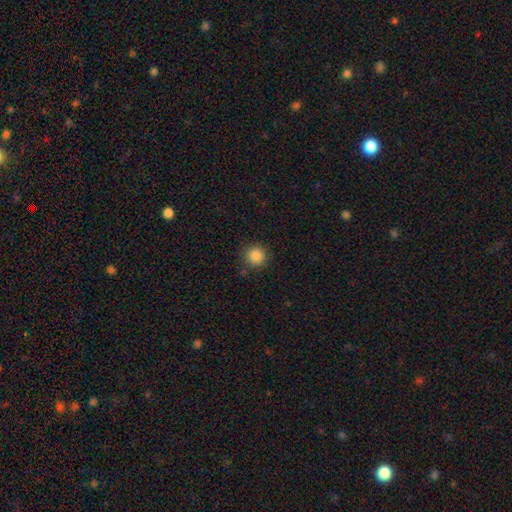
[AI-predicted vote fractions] This appears to be a smooth galaxy with no disk features (86%) that is round (94%). Merging: none (88%).